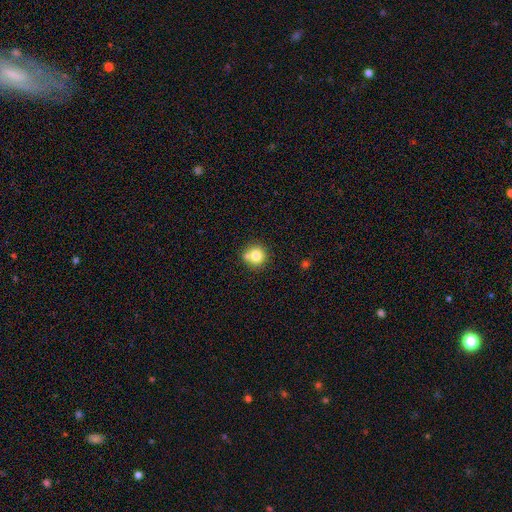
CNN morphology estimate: Smooth or featured: smooth — 78% (star or artifact — 11%)
How rounded: round — 92% (in between — 7%)
Merging: none — 67% (merger — 20%)